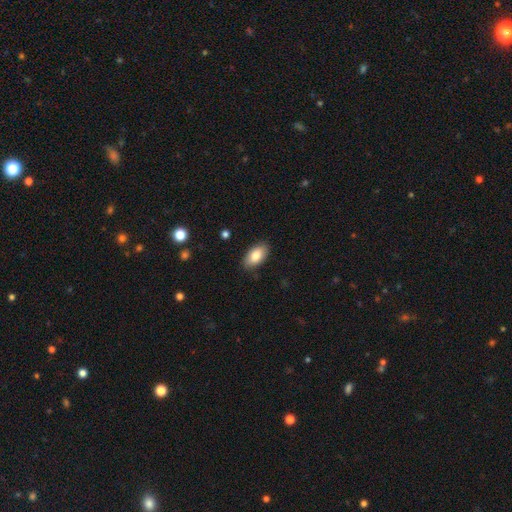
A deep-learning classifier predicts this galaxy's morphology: This is clearly a smooth galaxy (83%). How rounded: clearly in between (94%). Merging: clearly none (87%).